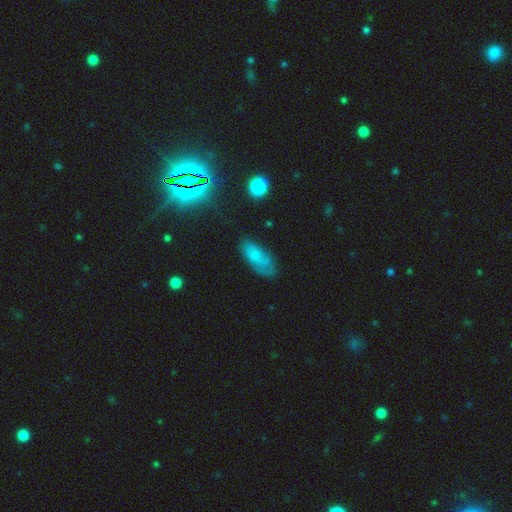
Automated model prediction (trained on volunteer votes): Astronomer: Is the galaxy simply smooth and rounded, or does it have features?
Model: smooth — 61%.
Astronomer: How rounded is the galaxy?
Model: in between — 85%.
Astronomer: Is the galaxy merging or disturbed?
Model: none — 57%.